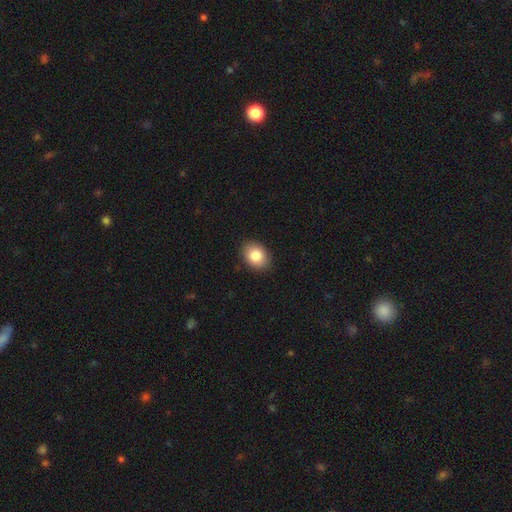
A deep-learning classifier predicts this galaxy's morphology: smooth-or-featured: smooth: 84% | featured or disk: 8% | star or artifact: 8%
  how-rounded: in between: 68% | round: 31% | cigar-shaped: 1%
  merging: none: 89% | minor disturbance: 8% | major disturbance: 2% | merger: 1%